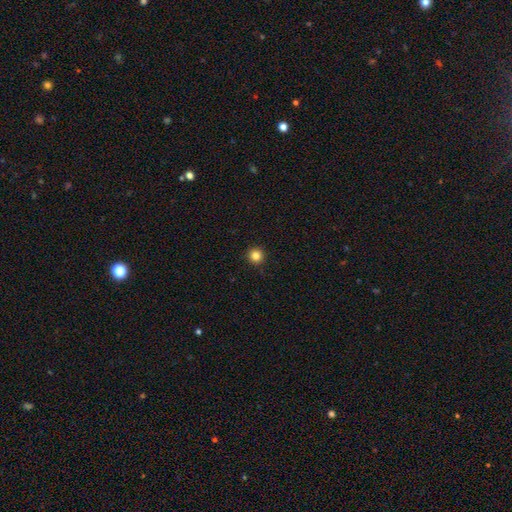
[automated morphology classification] A smooth galaxy with no disk features (83%) that is round (96%). Merging: none (94%).